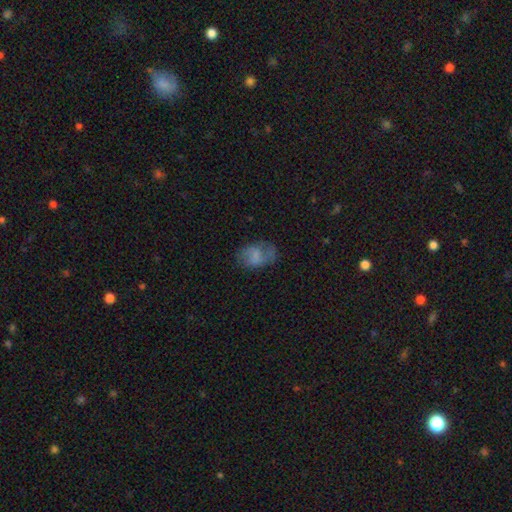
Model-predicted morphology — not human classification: type=smooth (57%); roundness=in between (83%); merging=none (57%).